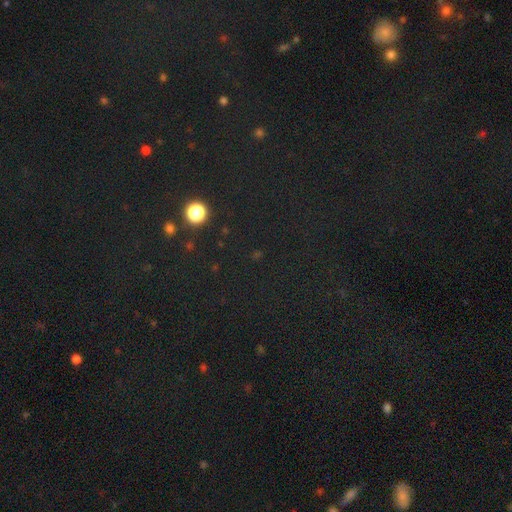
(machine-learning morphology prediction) A star or artifact, not a galaxy (78%).

Vote fractions:
- Smooth or featured? star or artifact: 78% / smooth: 15% / featured or disk: 7%